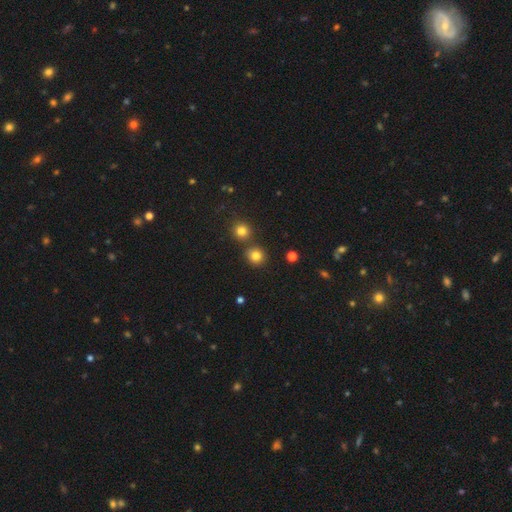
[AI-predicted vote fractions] A smooth galaxy with no disk features (80%) that is round (88%).

Vote fractions:
- Smooth or featured? smooth: 80% / star or artifact: 14% / featured or disk: 6%
- How rounded? round: 88% / in between: 11% / cigar-shaped: 1%
- Merging? none: 76% / merger: 14% / minor disturbance: 7% / major disturbance: 2%